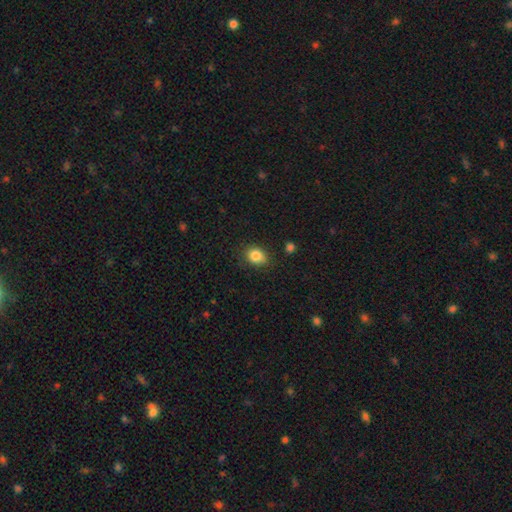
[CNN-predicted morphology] A smooth galaxy with no disk features (85%) that is round (56%).

Vote fractions:
- Smooth or featured? smooth: 85% / star or artifact: 10% / featured or disk: 6%
- How rounded? round: 56% / in between: 43% / cigar-shaped: 1%
- Merging? none: 78% / minor disturbance: 16% / major disturbance: 3% / merger: 2%